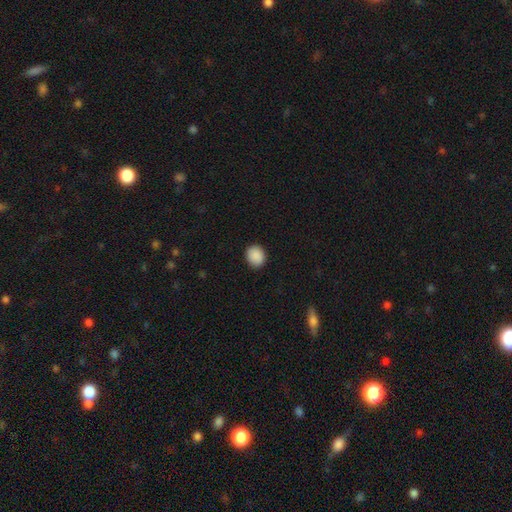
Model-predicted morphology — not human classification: A smooth galaxy with no disk features (90%) that is round (64%). Merging: none (90%).